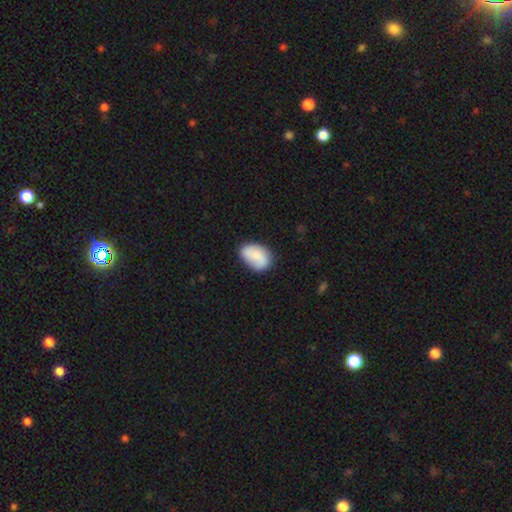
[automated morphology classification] smooth-or-featured: smooth: 66% | featured or disk: 27% | star or artifact: 7%
  how-rounded: in between: 82% | round: 16% | cigar-shaped: 1%
  merging: none: 69% | minor disturbance: 22% | major disturbance: 6% | merger: 3%